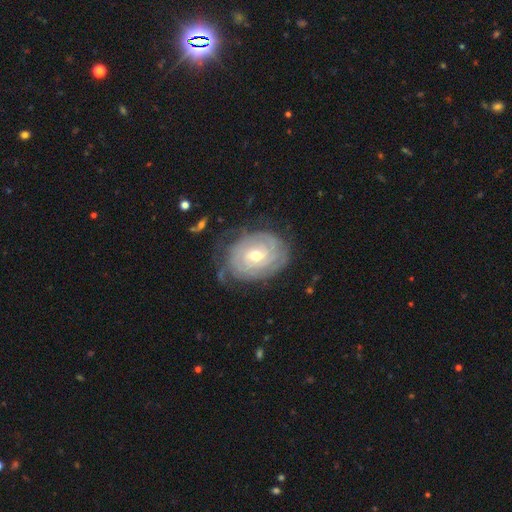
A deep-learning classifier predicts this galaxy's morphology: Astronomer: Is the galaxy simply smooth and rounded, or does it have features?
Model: featured or disk — 87%.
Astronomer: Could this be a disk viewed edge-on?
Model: no — 97%.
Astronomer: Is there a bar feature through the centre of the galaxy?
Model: no — 47% (runner-up: weak, 41%).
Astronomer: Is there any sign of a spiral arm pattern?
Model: yes — 96%.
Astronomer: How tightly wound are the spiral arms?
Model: tight — 86%.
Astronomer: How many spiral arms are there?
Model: can't tell — 36% (runner-up: 2, 21%).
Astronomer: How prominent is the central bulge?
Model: moderate — 55% (runner-up: small, 42%).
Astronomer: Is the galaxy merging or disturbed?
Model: none — 72%.